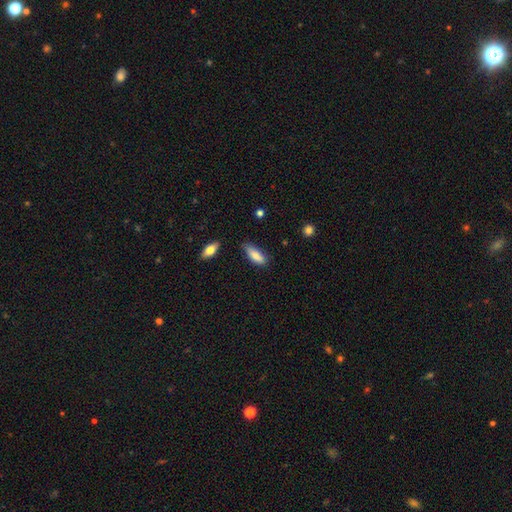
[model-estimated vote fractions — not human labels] Smooth or featured?
  - smooth: 82% *
  - featured or disk: 11%
  - star or artifact: 7%
How rounded?
  - in between: 63% *
  - cigar-shaped: 36%
  - round: 2%
Merging?
  - none: 66% *
  - minor disturbance: 27%
  - major disturbance: 5%
  - merger: 3%